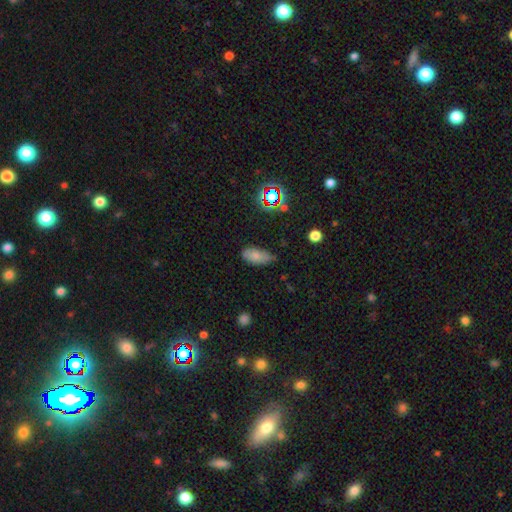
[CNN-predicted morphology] Overall: smooth (74%). How rounded: in between (90%). Merging: none (57%; minor disturbance 35%).